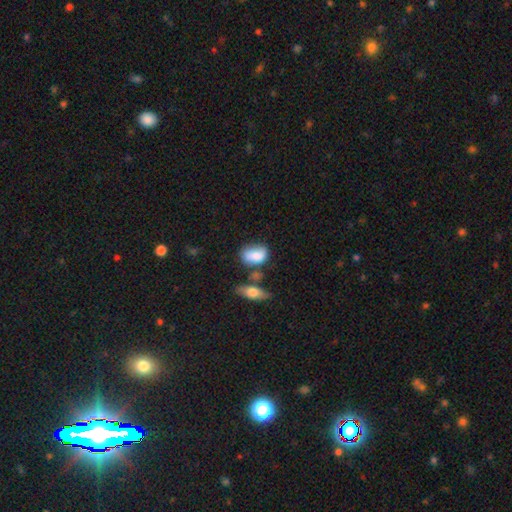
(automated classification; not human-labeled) This appears to be a smooth galaxy with no disk features (81%) that is in between round and cigar-shaped (84%). Merging: none (49%).